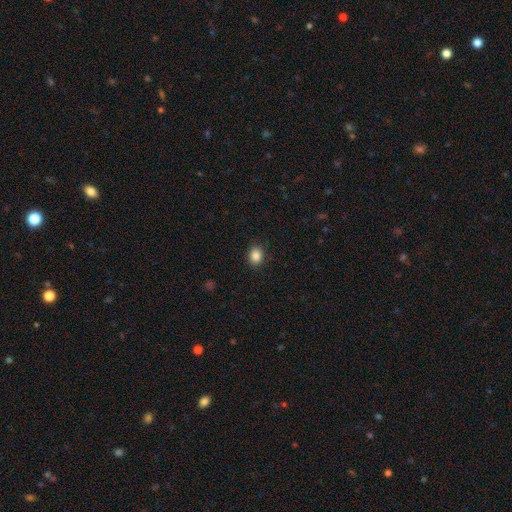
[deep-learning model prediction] Overall: smooth (87%). How rounded: in between (51%; round 48%). Merging: none (89%).